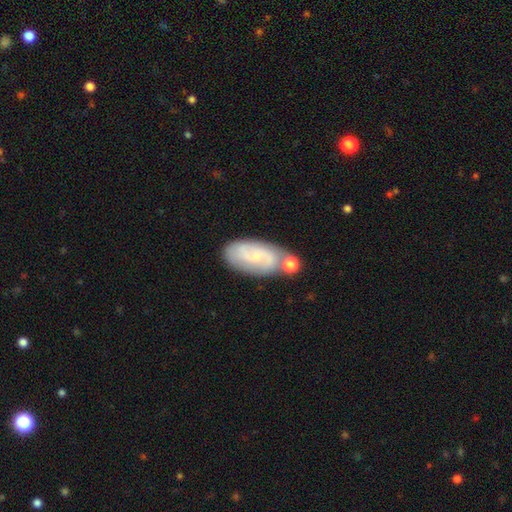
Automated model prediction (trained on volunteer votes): Morphology: type=featured or disk (68%); edge-on=no (94%); bar=no (53%); spiral arms=yes (89%); winding=medium (43%); arm count=2 (67%); bulge=small (75%); merging=none (62%).